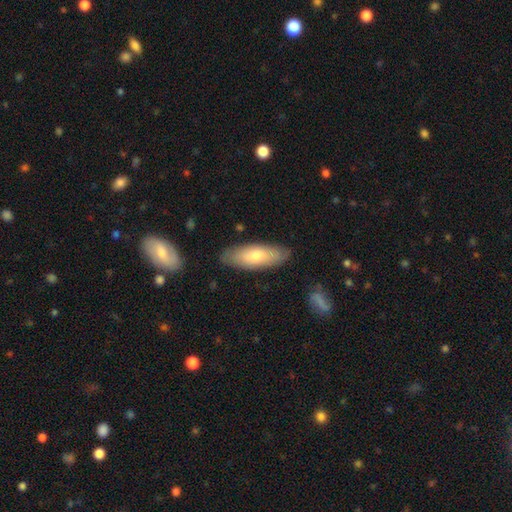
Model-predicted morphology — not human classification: smooth_or_featured: smooth (p=0.68) [alt: featured or disk p=0.26]
how_rounded: in between (p=0.64) [alt: cigar-shaped p=0.34]
merging: none (p=0.83) [alt: minor disturbance p=0.13]